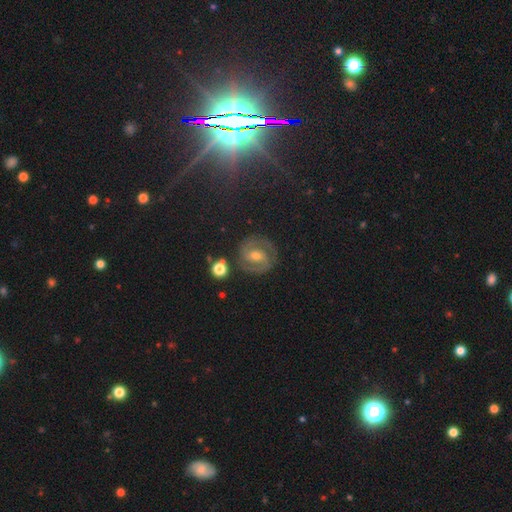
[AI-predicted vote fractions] Morphology: type=featured or disk (78%); edge-on=no (97%); bar=weak (51%); spiral arms=yes (95%); winding=tight (51%); arm count=2 (91%); bulge=moderate (61%); merging=none (83%).